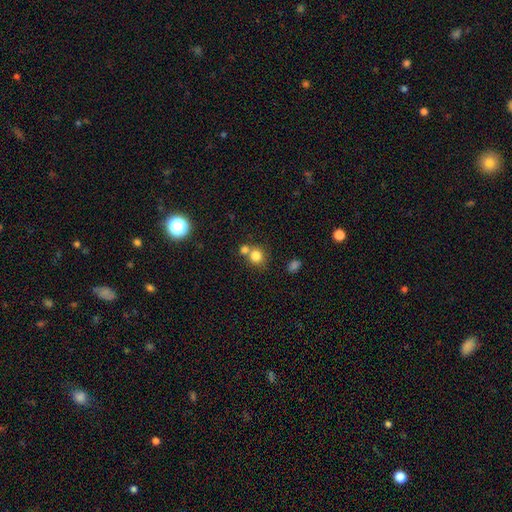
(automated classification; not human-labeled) Smooth or featured?
  - smooth: 80% *
  - star or artifact: 12%
  - featured or disk: 8%
How rounded?
  - round: 82% *
  - in between: 17%
  - cigar-shaped: 1%
Merging?
  - none: 49% *
  - merger: 39%
  - minor disturbance: 8%
  - major disturbance: 3%